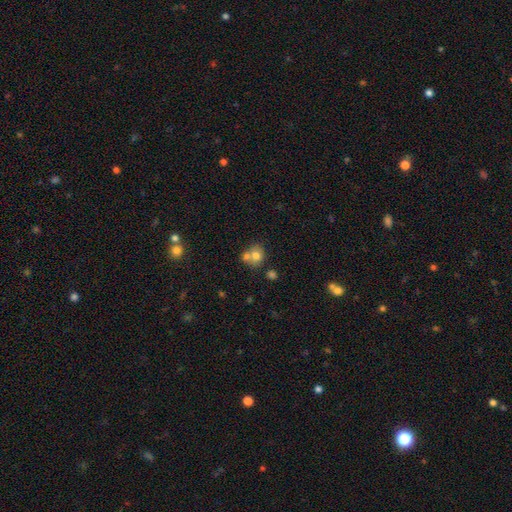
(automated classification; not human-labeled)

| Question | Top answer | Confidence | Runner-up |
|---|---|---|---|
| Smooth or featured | smooth | 72% | featured or disk (17%) |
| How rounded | round | 74% | in between (26%) |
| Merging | merger | 48% | none (39%) |